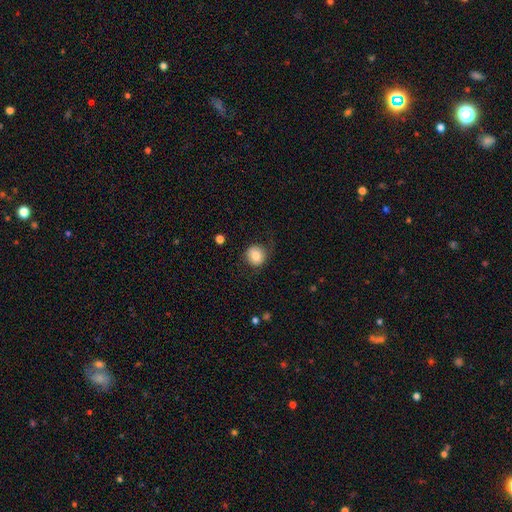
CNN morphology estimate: smooth 78%, featured or disk 13%, star or artifact 9%. Down the decision tree: how rounded — round (90%); merging — none (76%).